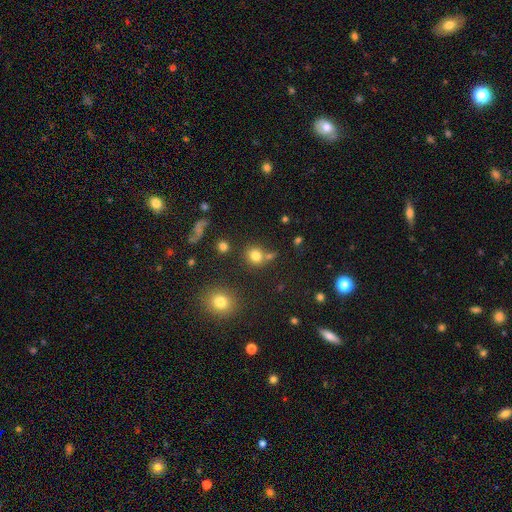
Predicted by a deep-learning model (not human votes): This appears to be a smooth galaxy with no disk features (78%) that is round (81%). Merging: none (68%).